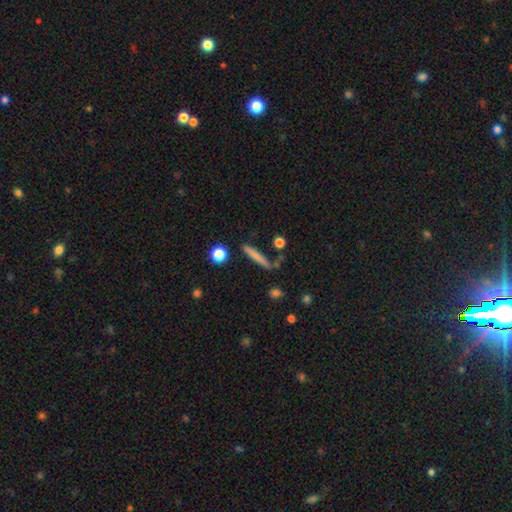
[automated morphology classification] This is likely a smooth galaxy (72%). How rounded: clearly cigar-shaped (91%). Merging: likely none (77%).